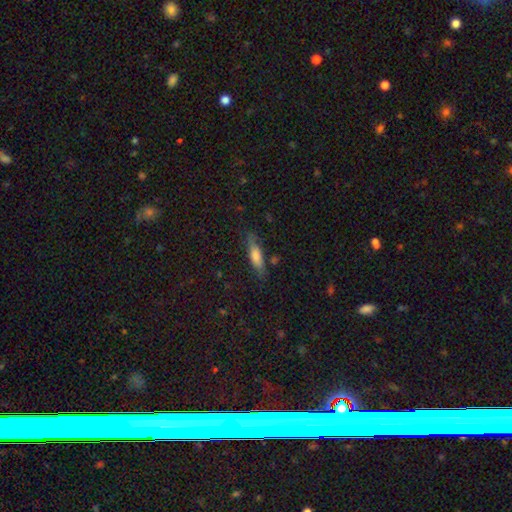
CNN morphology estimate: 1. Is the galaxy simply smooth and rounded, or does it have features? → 70% smooth, 22% featured or disk, 7% star or artifact.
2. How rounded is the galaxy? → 58% cigar-shaped, 40% in between, 2% round.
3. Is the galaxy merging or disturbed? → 73% none, 19% minor disturbance, 5% major disturbance, 3% merger.